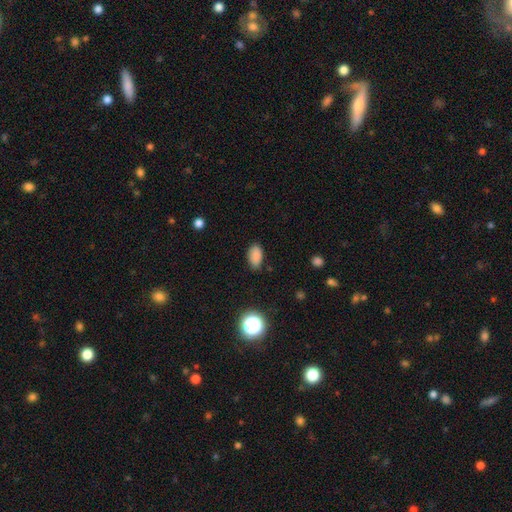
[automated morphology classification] Smooth or featured? Predicted: smooth (p=0.85). How rounded? Predicted: in between (p=0.91). Merging? Predicted: none (p=0.82).